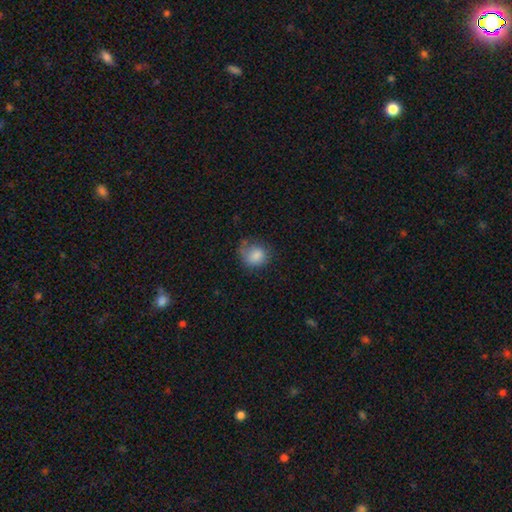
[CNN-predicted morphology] Smooth or featured: smooth — 82% (star or artifact — 9%)
How rounded: round — 69% (in between — 30%)
Merging: none — 54% (minor disturbance — 29%)